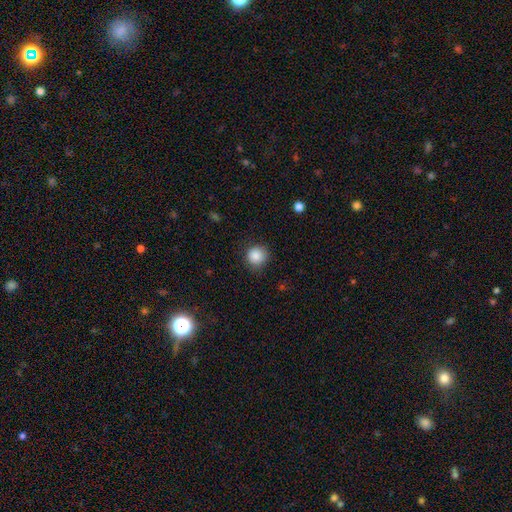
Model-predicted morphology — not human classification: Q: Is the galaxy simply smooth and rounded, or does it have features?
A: smooth — 87%.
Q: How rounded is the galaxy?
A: round — 92%.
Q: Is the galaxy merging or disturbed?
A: none — 85%.